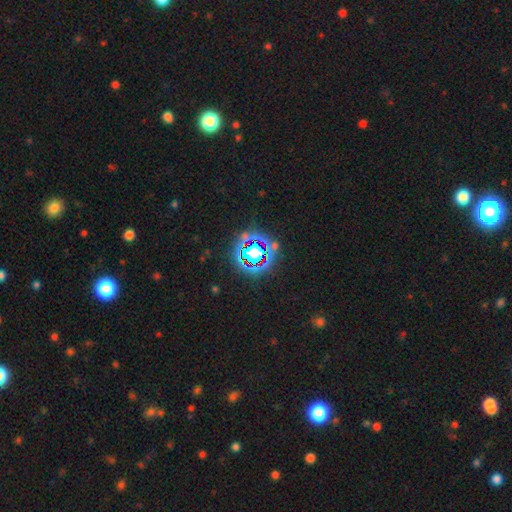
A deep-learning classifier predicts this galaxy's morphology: type=star or artifact (77%).